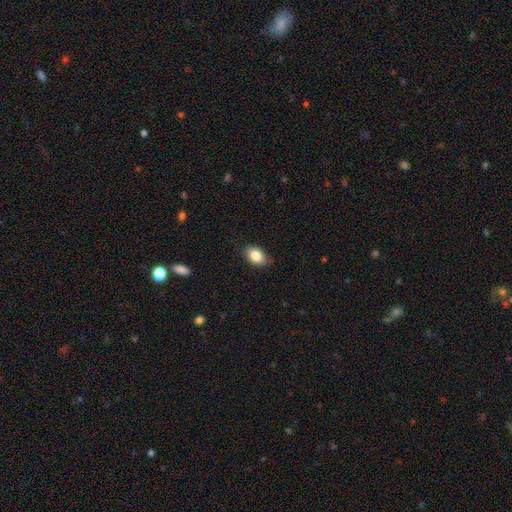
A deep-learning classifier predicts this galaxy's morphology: This is clearly a smooth galaxy (85%). How rounded: clearly in between (87%). Merging: clearly none (83%).